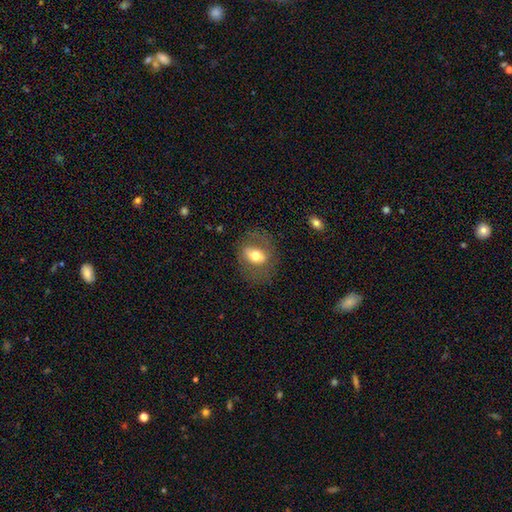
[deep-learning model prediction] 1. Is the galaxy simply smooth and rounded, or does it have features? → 54% smooth, 38% featured or disk, 8% star or artifact.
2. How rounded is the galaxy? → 65% in between, 33% round, 2% cigar-shaped.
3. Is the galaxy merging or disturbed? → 72% none, 15% minor disturbance, 11% major disturbance, 1% merger.